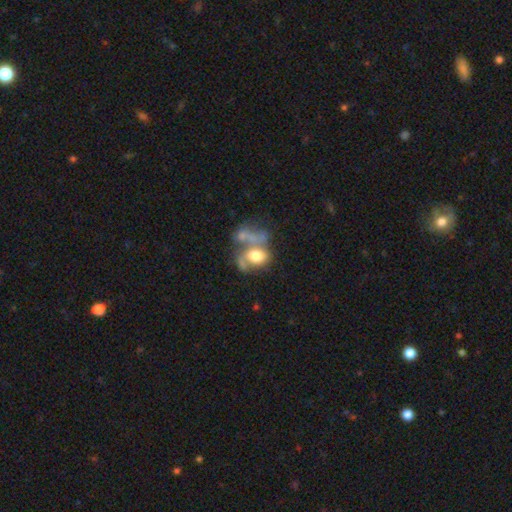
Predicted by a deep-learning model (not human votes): A smooth galaxy with no disk features (50%).

Vote fractions:
- Smooth or featured? smooth: 50% / featured or disk: 40% / star or artifact: 10%
- Merging? merger: 45% / major disturbance: 28% / none: 16% / minor disturbance: 11%